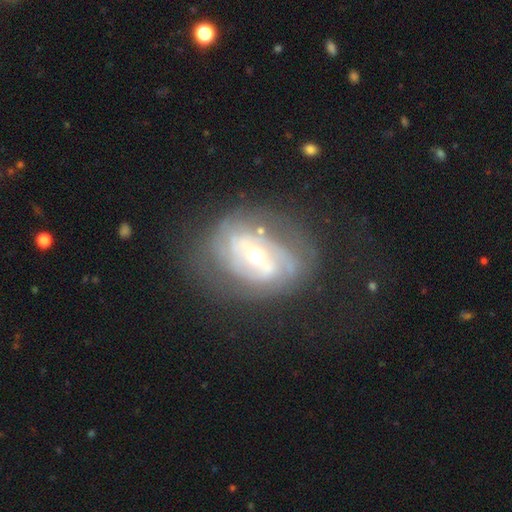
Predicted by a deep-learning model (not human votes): Smooth or featured? featured or disk (81%)
Edge-on disk? no (96%)
Bar? no (44%)
Spiral arms? yes (86%)
Spiral winding? tight (55%)
Spiral arm count? 2 (41%)
Bulge size? moderate (48%)
Merging? none (61%)